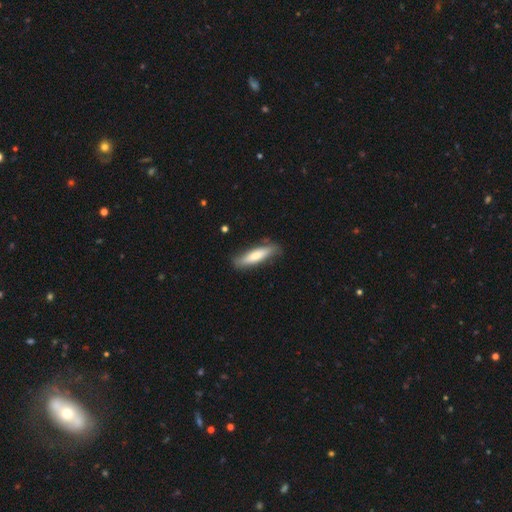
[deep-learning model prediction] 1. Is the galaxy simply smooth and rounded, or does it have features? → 69% smooth, 26% featured or disk, 5% star or artifact.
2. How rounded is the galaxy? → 72% cigar-shaped, 27% in between, 2% round.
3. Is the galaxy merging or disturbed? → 80% none, 16% minor disturbance, 3% major disturbance, 2% merger.